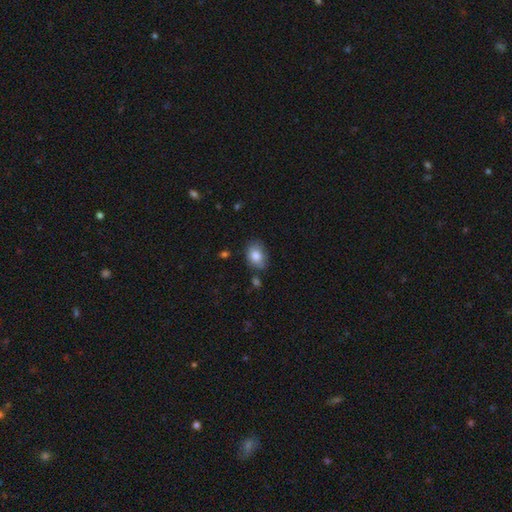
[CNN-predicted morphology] smooth_or_featured: smooth (p=0.83) [alt: featured or disk p=0.10]
how_rounded: in between (p=0.75) [alt: round p=0.24]
merging: none (p=0.70) [alt: minor disturbance p=0.21]